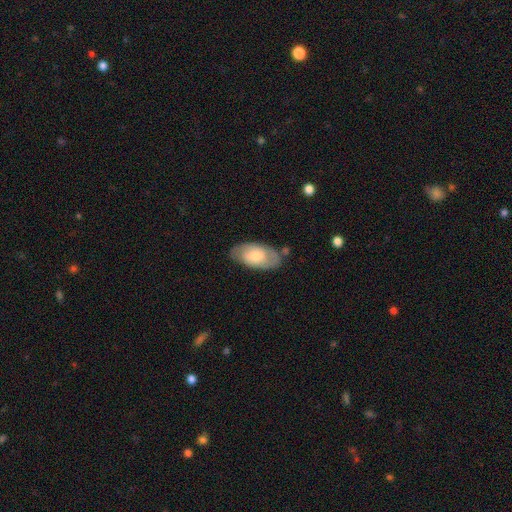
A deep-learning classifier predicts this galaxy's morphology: type=smooth (57%); roundness=in between (94%); merging=none (70%).